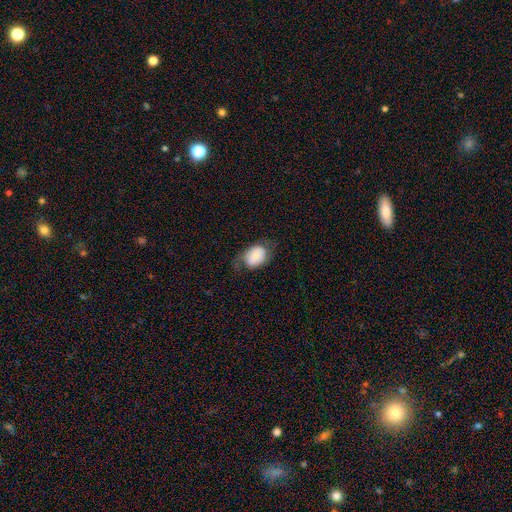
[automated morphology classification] This appears to be a smooth galaxy with no disk features (63%) that is in between round and cigar-shaped (74%). Merging: none (52%).